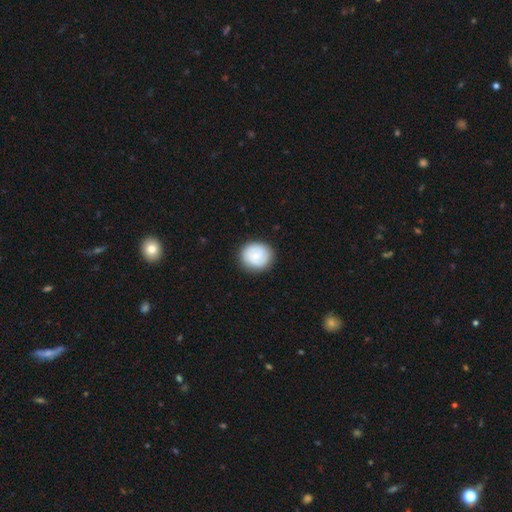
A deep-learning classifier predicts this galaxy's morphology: type=smooth (55%); roundness=round (84%); merging=none (86%).